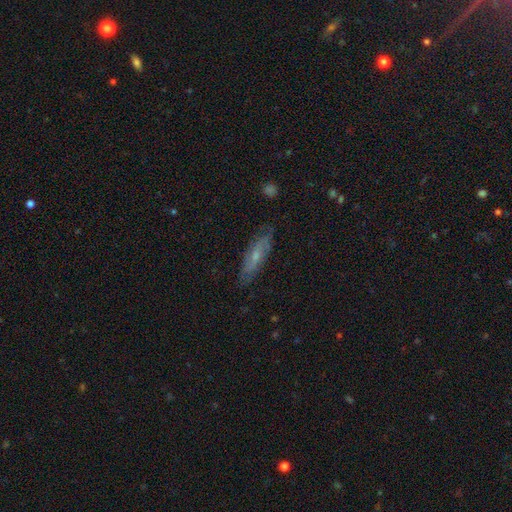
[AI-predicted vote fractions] smooth_or_featured: featured or disk (p=0.53) [alt: smooth p=0.39]
disk_edge_on: no (p=0.63) [alt: yes p=0.37]
merging: none (p=0.78) [alt: minor disturbance p=0.17]